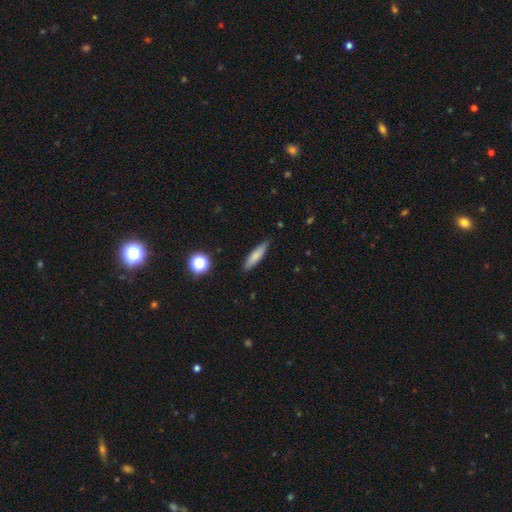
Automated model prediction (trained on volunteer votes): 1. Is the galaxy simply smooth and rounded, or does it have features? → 76% smooth, 16% featured or disk, 7% star or artifact.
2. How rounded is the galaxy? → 77% cigar-shaped, 21% in between, 2% round.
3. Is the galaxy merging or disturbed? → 86% none, 10% minor disturbance, 2% major disturbance, 1% merger.